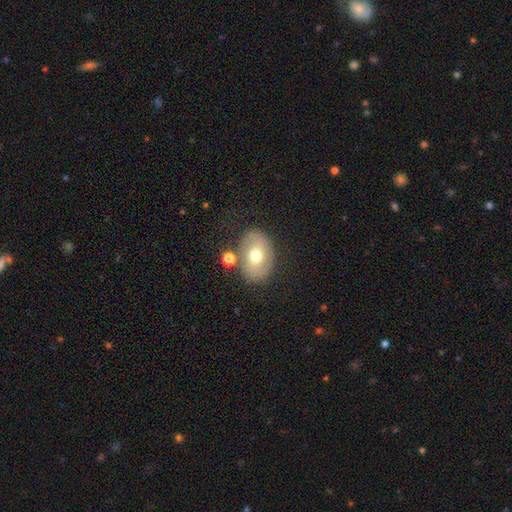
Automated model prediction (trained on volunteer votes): Smooth or featured?
  - smooth: 56% *
  - featured or disk: 36%
  - star or artifact: 8%
How rounded?
  - in between: 72% *
  - round: 27%
  - cigar-shaped: 1%
Merging?
  - none: 73% *
  - minor disturbance: 14%
  - merger: 8%
  - major disturbance: 5%